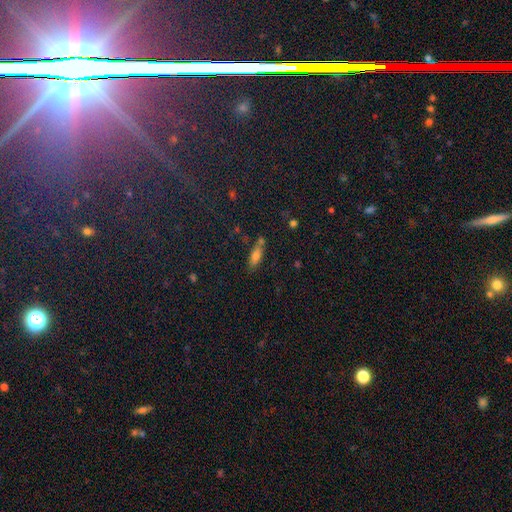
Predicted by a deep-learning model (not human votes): Smooth or featured? smooth (71%)
How rounded? in between (62%)
Merging? none (61%)